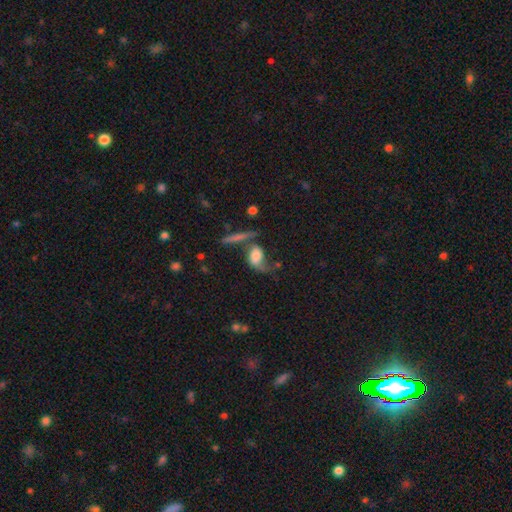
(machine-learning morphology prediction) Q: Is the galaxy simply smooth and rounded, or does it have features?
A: smooth — 48%.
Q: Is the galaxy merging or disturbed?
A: none — 35%.